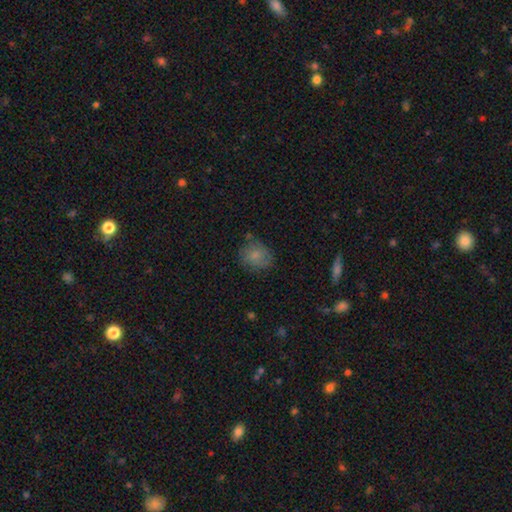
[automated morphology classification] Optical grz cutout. It shows a smooth galaxy with no disk features (77%) that is round (71%). Merging: none (69%).